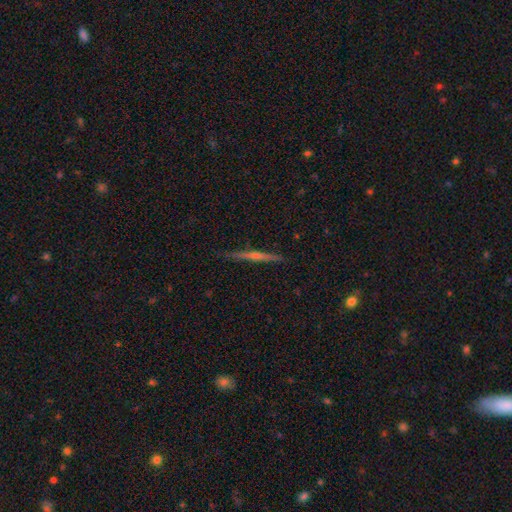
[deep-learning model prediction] A featured or disk galaxy (73%) viewed edge-on (98%) with a rounded central bulge (77%).

Vote fractions:
- Smooth or featured? featured or disk: 73% / smooth: 20% / star or artifact: 7%
- Edge-on disk? yes: 98% / no: 2%
- Edge-on bulge? rounded: 77% / none: 18% / boxy: 5%
- Merging? none: 90% / minor disturbance: 7% / major disturbance: 1% / merger: 1%